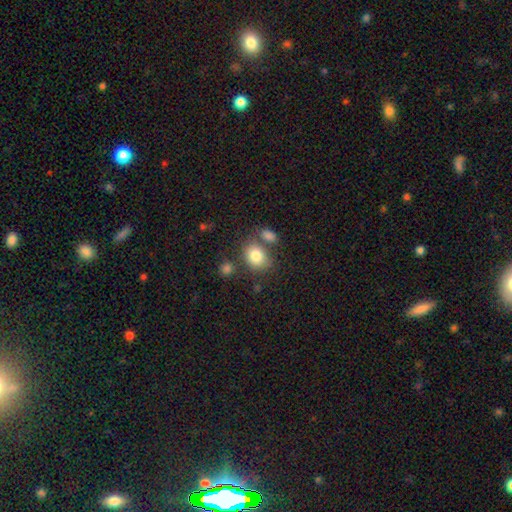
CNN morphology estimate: type=smooth (82%); roundness=in between (54%); merging=none (58%).